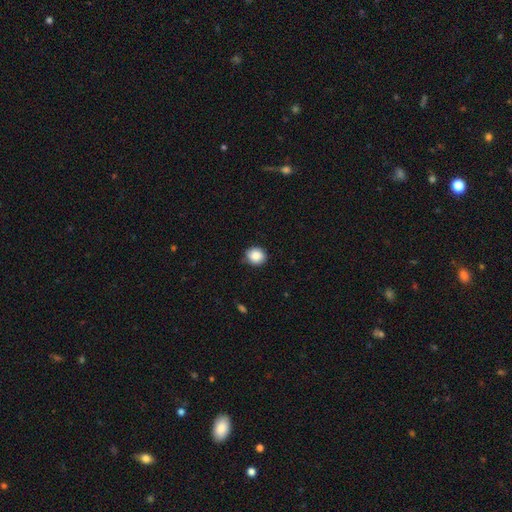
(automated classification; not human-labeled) A smooth galaxy with no disk features (87%) that is round (81%).

Vote fractions:
- Smooth or featured? smooth: 87% / star or artifact: 9% / featured or disk: 4%
- How rounded? round: 81% / in between: 18% / cigar-shaped: 1%
- Merging? none: 83% / minor disturbance: 14% / major disturbance: 2% / merger: 1%